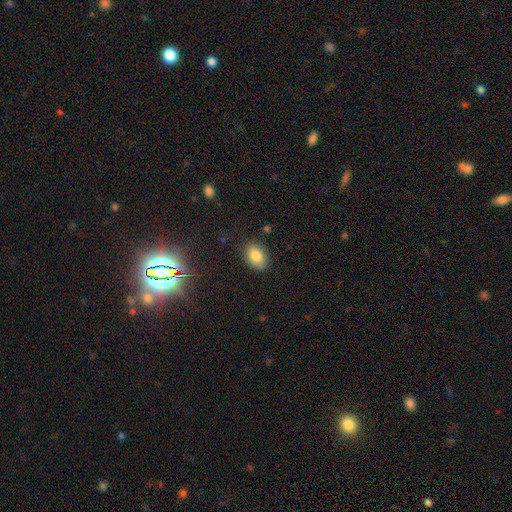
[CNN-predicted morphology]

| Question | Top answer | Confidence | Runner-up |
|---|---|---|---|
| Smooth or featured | smooth | 83% | star or artifact (9%) |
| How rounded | in between | 81% | round (18%) |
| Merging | none | 84% | minor disturbance (11%) |